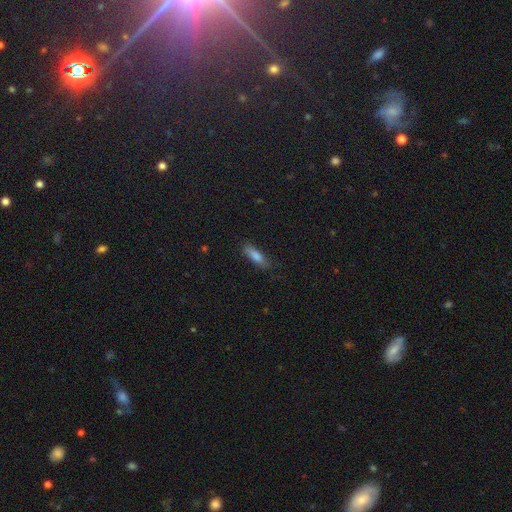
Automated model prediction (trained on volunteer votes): A smooth galaxy with no disk features (76%) that is cigar-shaped (51%). Merging: none (79%).